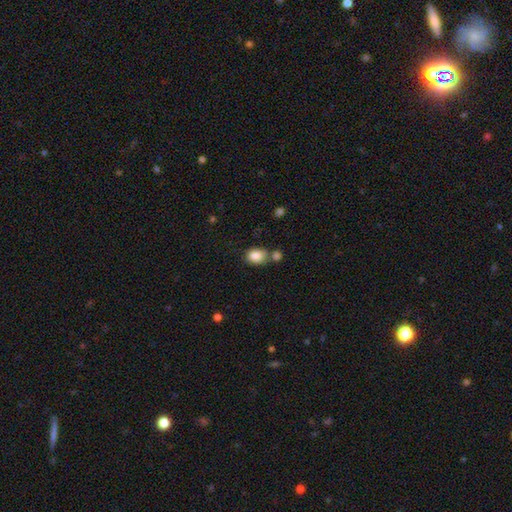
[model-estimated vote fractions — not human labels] A smooth galaxy with no disk features (86%) that is in between round and cigar-shaped (63%).

Vote fractions:
- Smooth or featured? smooth: 86% / star or artifact: 8% / featured or disk: 6%
- How rounded? in between: 63% / round: 36% / cigar-shaped: 1%
- Merging? none: 53% / merger: 27% / minor disturbance: 15% / major disturbance: 5%